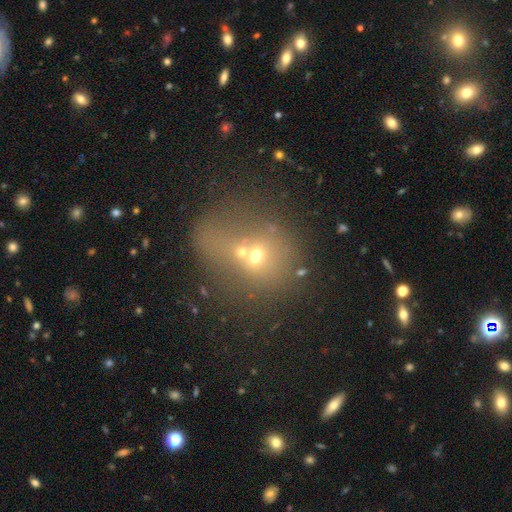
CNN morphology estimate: A smooth galaxy with no disk features (50%) that is round (71%).

Vote fractions:
- Smooth or featured? smooth: 50% / featured or disk: 26% / star or artifact: 24%
- How rounded? round: 71% / in between: 27% / cigar-shaped: 1%
- Merging? merger: 53% / none: 26% / major disturbance: 12% / minor disturbance: 10%